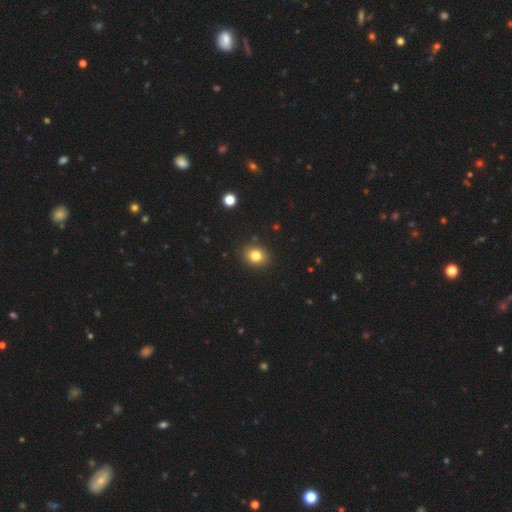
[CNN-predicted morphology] Overall: smooth (81%). How rounded: round (57%; in between 42%). Merging: none (89%).